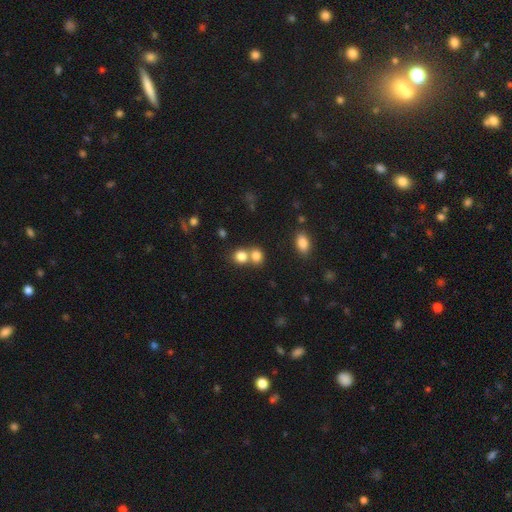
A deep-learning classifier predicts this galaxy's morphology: type=smooth (81%); roundness=round (72%); merging=merger (48%).